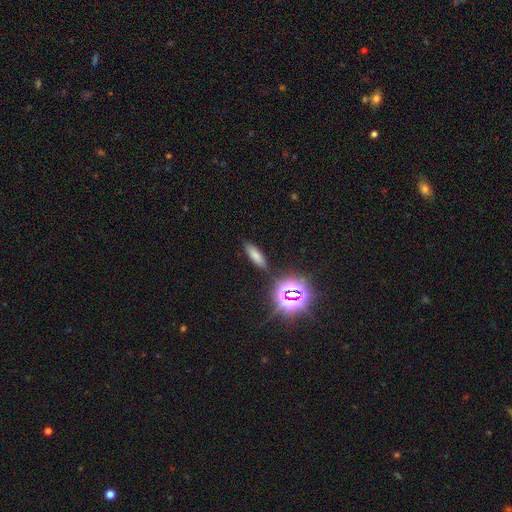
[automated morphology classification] A smooth galaxy with no disk features (67%) that is in between round and cigar-shaped (50%). Merging: none (84%).